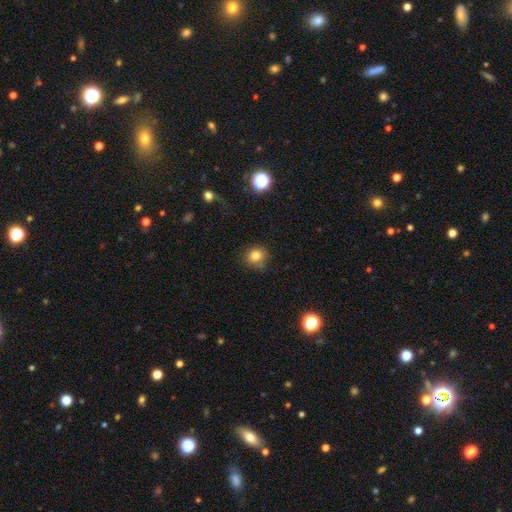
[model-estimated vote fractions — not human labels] A smooth galaxy with no disk features (81%) that is round (88%). Merging: none (81%).